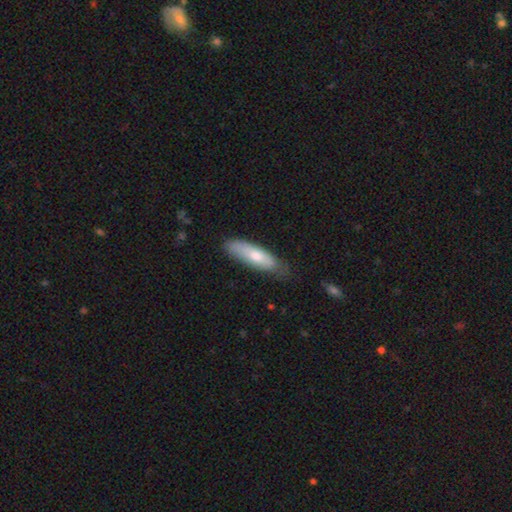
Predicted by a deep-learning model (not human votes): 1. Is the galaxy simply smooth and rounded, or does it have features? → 69% smooth, 26% featured or disk, 5% star or artifact.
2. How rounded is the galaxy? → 55% cigar-shaped, 44% in between, 2% round.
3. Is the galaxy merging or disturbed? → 70% none, 24% minor disturbance, 4% major disturbance, 1% merger.